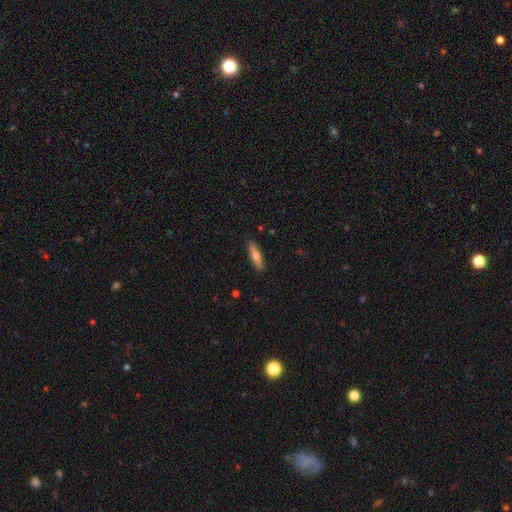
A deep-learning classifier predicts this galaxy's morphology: The model was most divided on "smooth or featured": smooth: 57%, featured or disk: 37%, star or artifact: 6%. More confident: merging — none (89%); how rounded — cigar-shaped (73%).